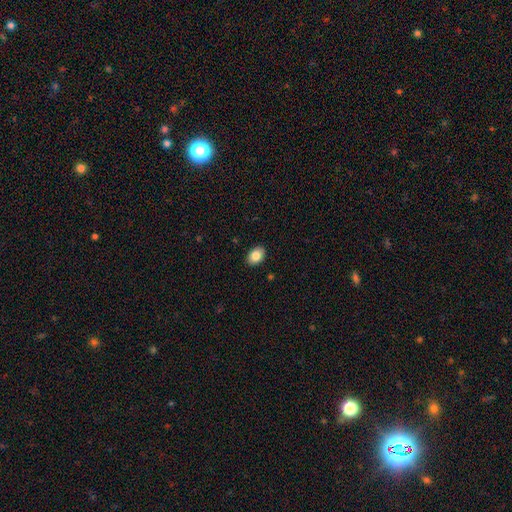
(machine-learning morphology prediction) This is clearly a smooth galaxy (84%). How rounded: clearly in between (82%). Merging: clearly none (90%).